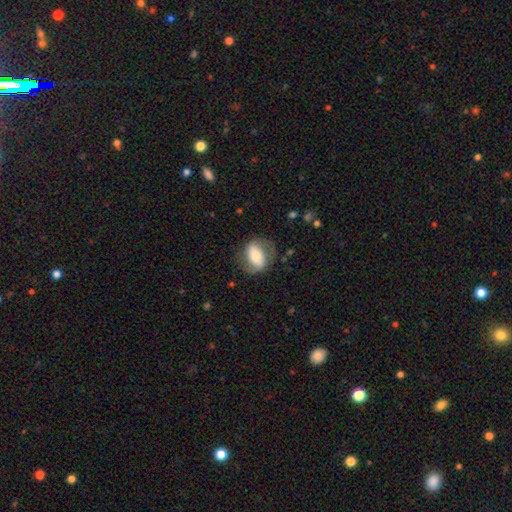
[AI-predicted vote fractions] smooth_or_featured: smooth (p=0.53) [alt: featured or disk p=0.40]
how_rounded: in between (p=0.75) [alt: round p=0.23]
merging: none (p=0.70) [alt: minor disturbance p=0.19]